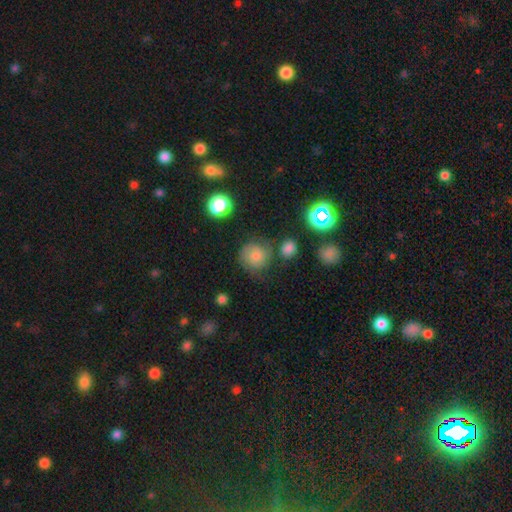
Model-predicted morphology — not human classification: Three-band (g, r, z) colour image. It shows a smooth galaxy with no disk features (57%) that is round (87%). Merging: none (67%).